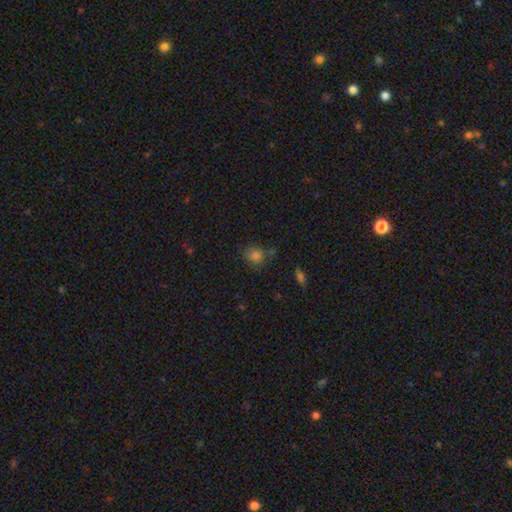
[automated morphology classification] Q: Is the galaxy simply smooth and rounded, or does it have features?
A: smooth — 78%.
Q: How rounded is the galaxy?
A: round — 76%.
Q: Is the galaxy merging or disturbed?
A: none — 71%.